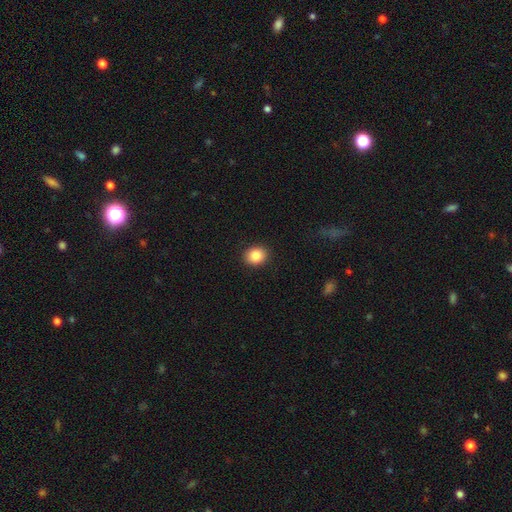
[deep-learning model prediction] Overall: smooth (86%). How rounded: round (70%). Merging: none (91%).